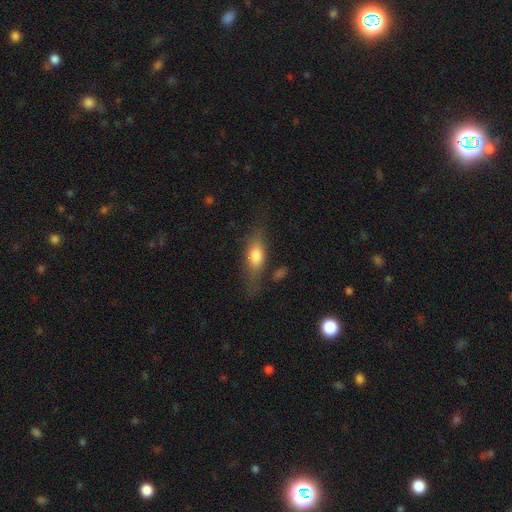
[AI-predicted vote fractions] This appears to be a smooth galaxy with no disk features (72%) that is in between round and cigar-shaped (69%). Merging: none (60%).